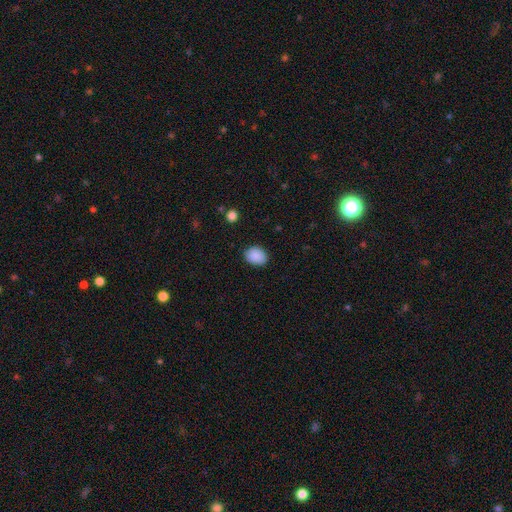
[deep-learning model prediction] Smooth or featured?
  - smooth: 89% *
  - star or artifact: 8%
  - featured or disk: 3%
How rounded?
  - in between: 58% *
  - round: 41%
  - cigar-shaped: 1%
Merging?
  - none: 86% *
  - minor disturbance: 10%
  - major disturbance: 2%
  - merger: 1%